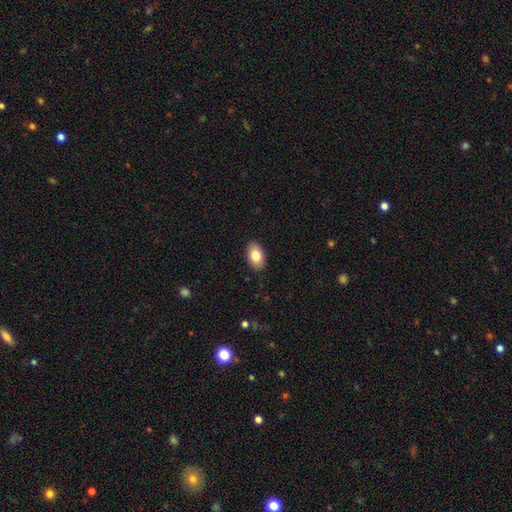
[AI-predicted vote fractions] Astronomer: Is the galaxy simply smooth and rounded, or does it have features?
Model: smooth — 83%.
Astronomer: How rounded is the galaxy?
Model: in between — 92%.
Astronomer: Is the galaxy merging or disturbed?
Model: none — 89%.